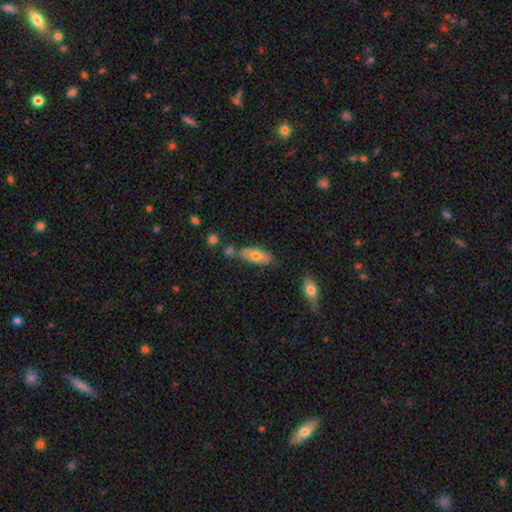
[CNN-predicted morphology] smooth_or_featured: smooth (p=0.64) [alt: featured or disk p=0.30]
how_rounded: in between (p=0.83) [alt: cigar-shaped p=0.14]
merging: none (p=0.68) [alt: minor disturbance p=0.19]